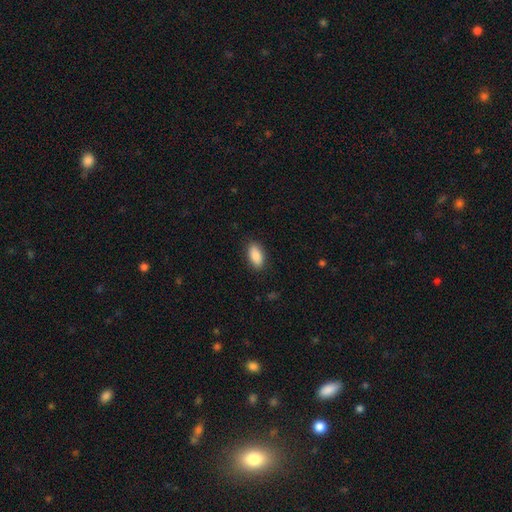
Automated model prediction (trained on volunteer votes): smooth_or_featured: smooth (p=0.88) [alt: star or artifact p=0.06]
how_rounded: in between (p=0.91) [alt: cigar-shaped p=0.06]
merging: none (p=0.87) [alt: minor disturbance p=0.09]